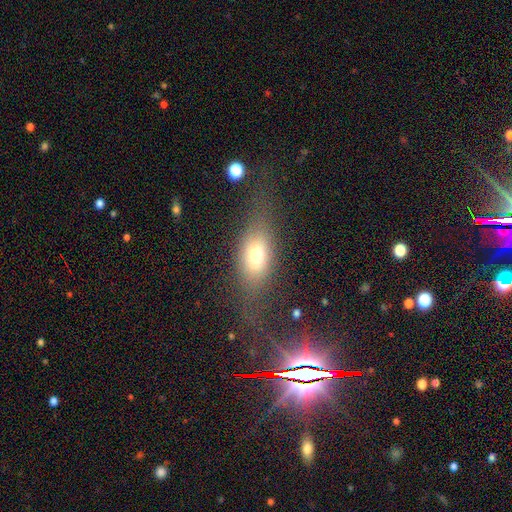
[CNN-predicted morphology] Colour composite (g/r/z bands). It shows a smooth galaxy with no disk features (65%) that is in between round and cigar-shaped (73%). Merging: none (55%).